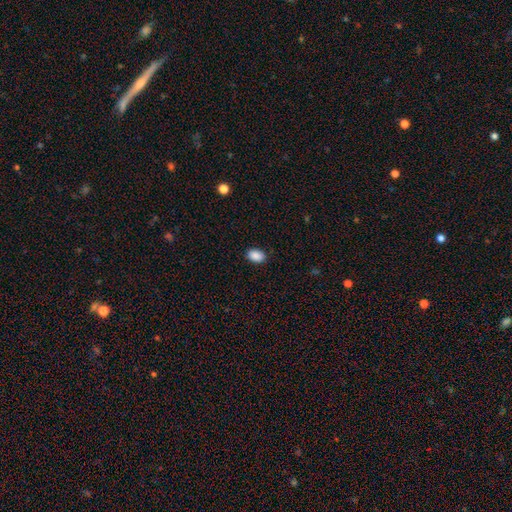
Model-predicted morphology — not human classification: Overall: smooth (90%). How rounded: in between (85%). Merging: none (88%).